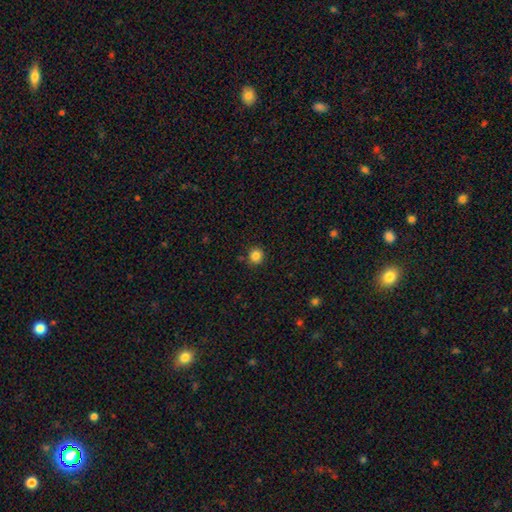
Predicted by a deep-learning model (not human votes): Smooth or featured?
  - smooth: 84% *
  - star or artifact: 12%
  - featured or disk: 5%
How rounded?
  - round: 92% *
  - in between: 7%
  - cigar-shaped: 1%
Merging?
  - none: 87% *
  - minor disturbance: 8%
  - merger: 3%
  - major disturbance: 2%